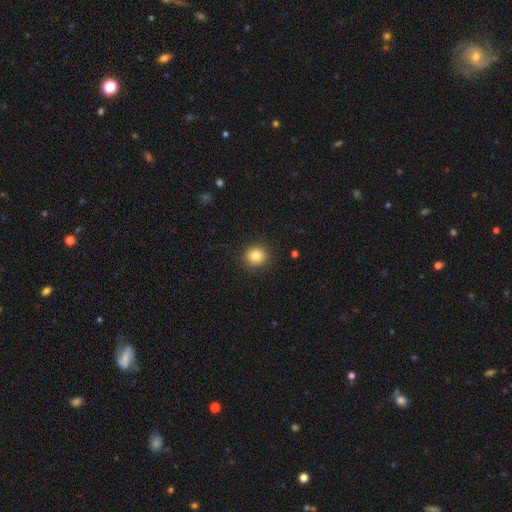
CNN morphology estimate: Q: Smooth or featured?
A: smooth (84%); runner-up: star or artifact (10%)
Q: How rounded?
A: round (92%); runner-up: in between (7%)
Q: Merging?
A: none (92%); runner-up: minor disturbance (5%)